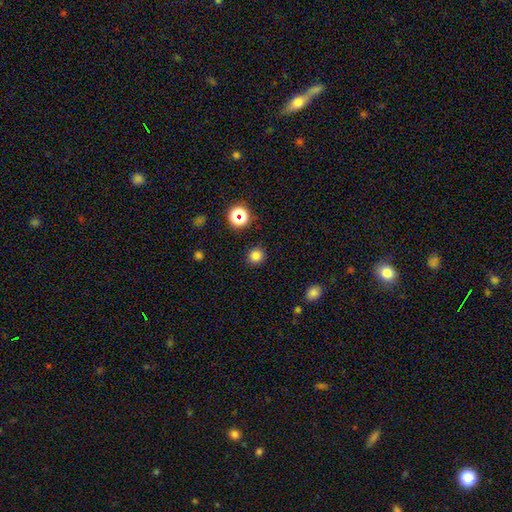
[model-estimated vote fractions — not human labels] smooth-or-featured: smooth: 79% | star or artifact: 16% | featured or disk: 5%
  how-rounded: round: 90% | in between: 9% | cigar-shaped: 1%
  merging: none: 90% | minor disturbance: 6% | major disturbance: 2% | merger: 1%